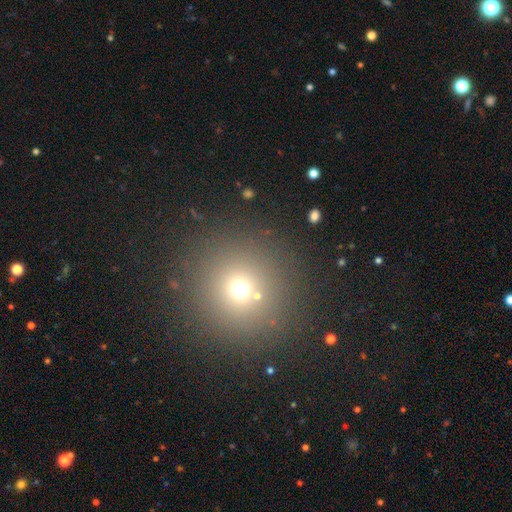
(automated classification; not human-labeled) smooth 57%, star or artifact 34%, featured or disk 8%. Down the decision tree: how rounded — round (94%); merging — none (91%).